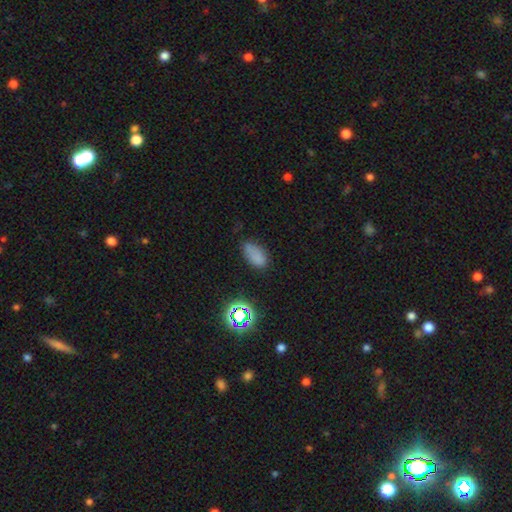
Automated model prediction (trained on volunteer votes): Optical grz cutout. It shows a smooth galaxy with no disk features (73%) that is in between round and cigar-shaped (91%). Merging: none (62%).